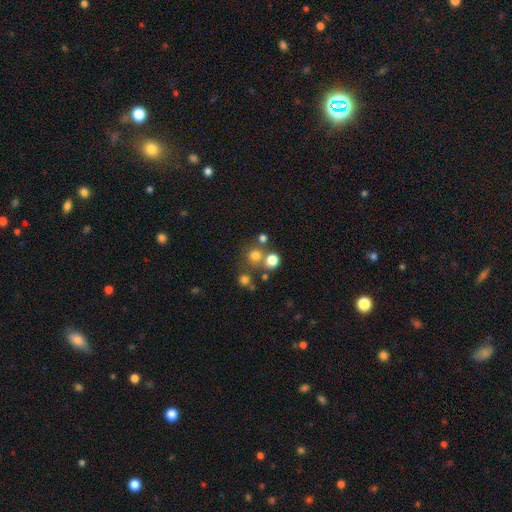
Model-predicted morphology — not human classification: smooth-or-featured: smooth: 70% | star or artifact: 19% | featured or disk: 10%
  how-rounded: round: 88% | in between: 11% | cigar-shaped: 1%
  merging: none: 62% | merger: 25% | minor disturbance: 8% | major disturbance: 5%